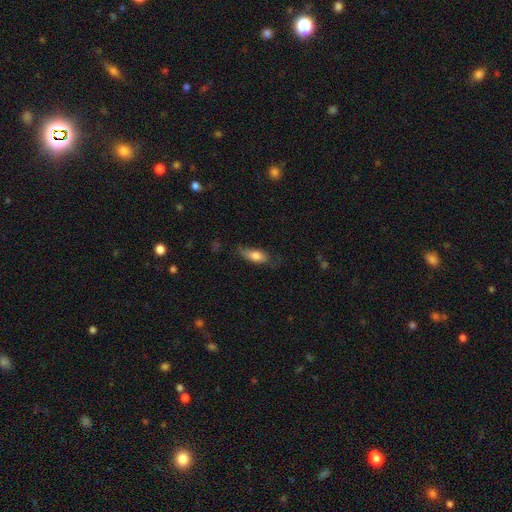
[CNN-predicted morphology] Smooth or featured? smooth (75%)
How rounded? in between (72%)
Merging? none (62%)